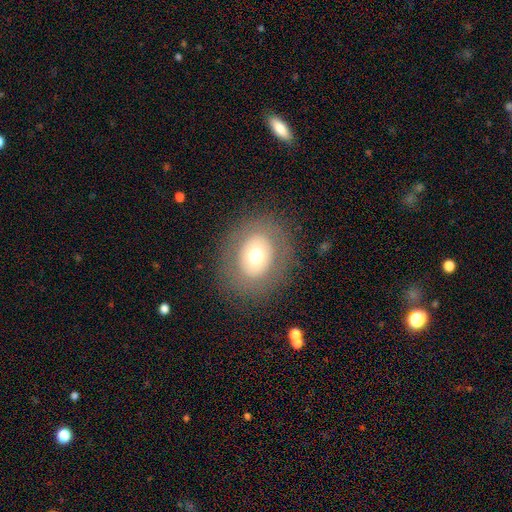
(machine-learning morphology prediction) Q: Smooth or featured?
A: smooth (61%); runner-up: featured or disk (28%)
Q: How rounded?
A: round (61%); runner-up: in between (38%)
Q: Merging?
A: none (84%); runner-up: minor disturbance (8%)